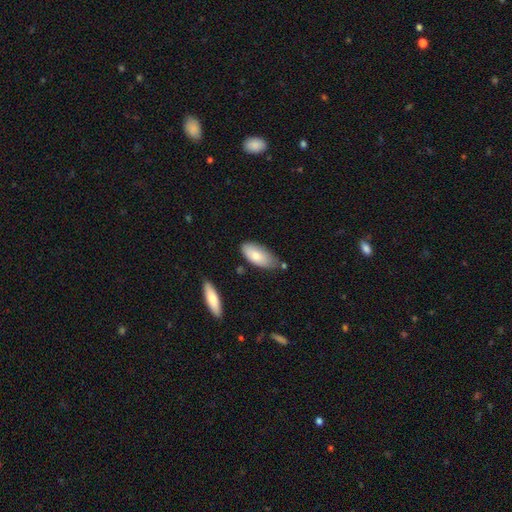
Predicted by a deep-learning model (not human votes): smooth-or-featured: smooth: 76% | featured or disk: 18% | star or artifact: 7%
  how-rounded: in between: 88% | cigar-shaped: 10% | round: 2%
  merging: none: 62% | minor disturbance: 26% | merger: 7% | major disturbance: 5%